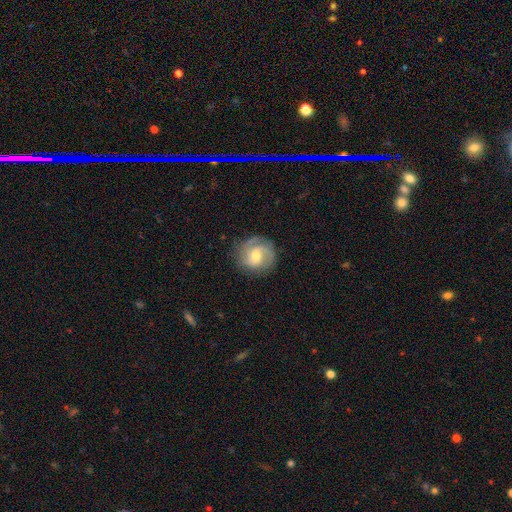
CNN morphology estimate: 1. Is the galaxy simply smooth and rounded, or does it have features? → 70% featured or disk, 23% smooth, 7% star or artifact.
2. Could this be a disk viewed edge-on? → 98% no, 2% yes.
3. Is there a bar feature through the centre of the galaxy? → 45% weak (tied), 45% no (tied), 10% strong.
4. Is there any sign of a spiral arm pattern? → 92% yes, 8% no.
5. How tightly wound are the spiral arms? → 43% medium, 41% tight, 16% loose.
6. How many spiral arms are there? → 52% 2, 17% 3, 17% can't tell, 9% 1, 3% 4, 3% more than 4.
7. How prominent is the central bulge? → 60% moderate, 33% small, 4% large, 1% none, 1% dominant.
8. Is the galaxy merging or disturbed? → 78% none, 15% minor disturbance, 6% major disturbance, 1% merger.